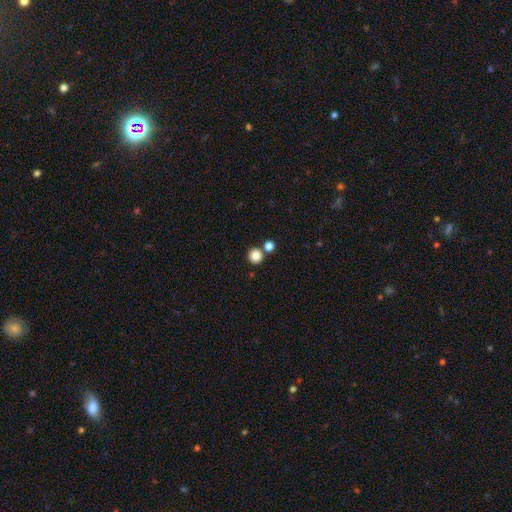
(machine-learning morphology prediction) The model was most divided on "merging": none: 75%, merger: 17%, minor disturbance: 6%, major disturbance: 2%. More confident: how rounded — round (93%); smooth or featured — smooth (85%).